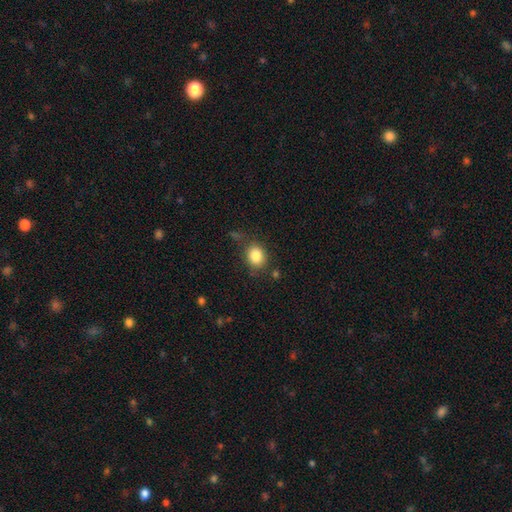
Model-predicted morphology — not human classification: Overall: smooth (85%). How rounded: round (58%; in between 41%). Merging: none (77%).